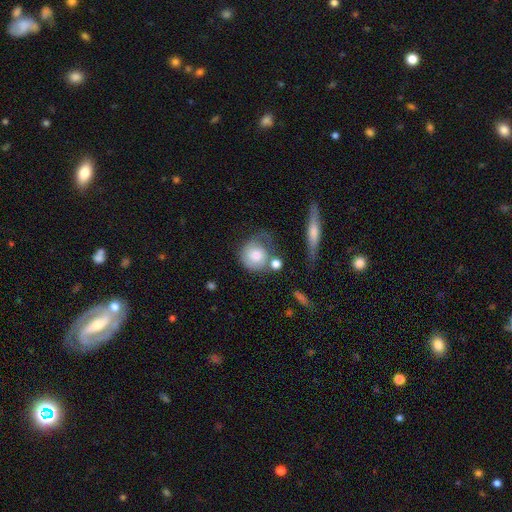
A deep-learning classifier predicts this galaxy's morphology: smooth_or_featured: smooth (p=0.63) [alt: featured or disk p=0.30]
how_rounded: round (p=0.80) [alt: in between p=0.19]
merging: none (p=0.38) [alt: minor disturbance p=0.24]